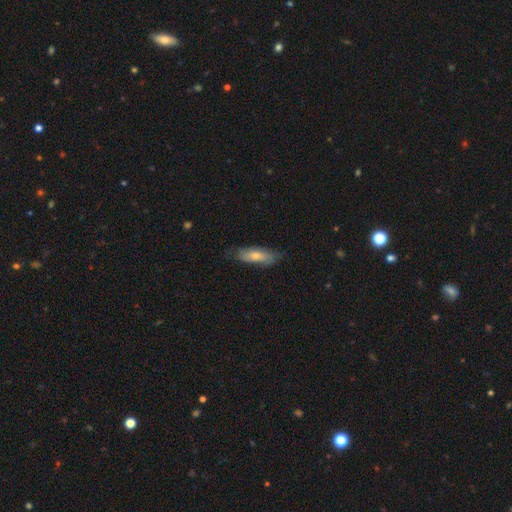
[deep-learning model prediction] Overall: smooth (59%; featured or disk 34%). How rounded: in between (50%; cigar-shaped 48%). Merging: none (75%).